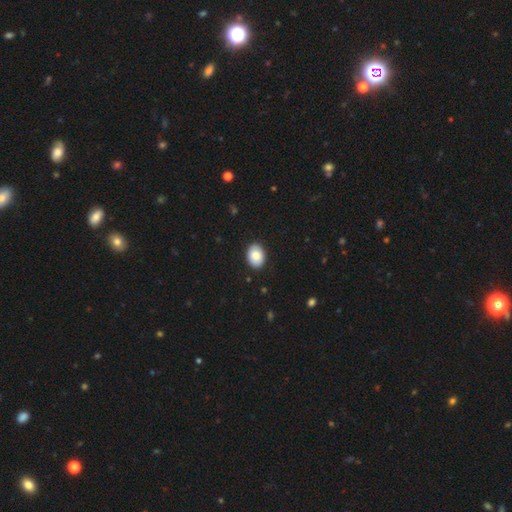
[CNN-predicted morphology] smooth_or_featured: smooth (p=0.85) [alt: featured or disk p=0.08]
how_rounded: in between (p=0.76) [alt: round p=0.24]
merging: none (p=0.89) [alt: minor disturbance p=0.08]